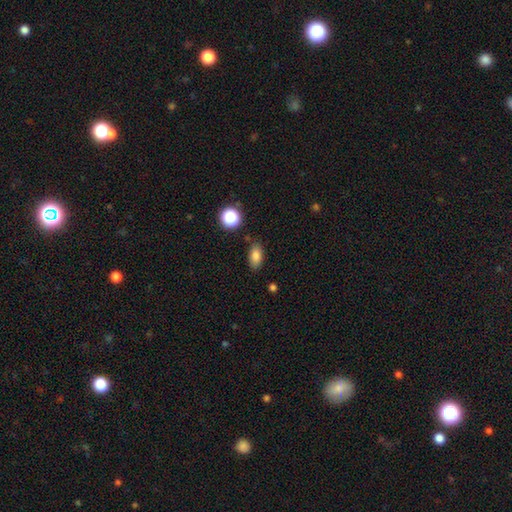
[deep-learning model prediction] This appears to be a smooth galaxy with no disk features (82%) that is in between round and cigar-shaped (87%). Merging: none (82%).